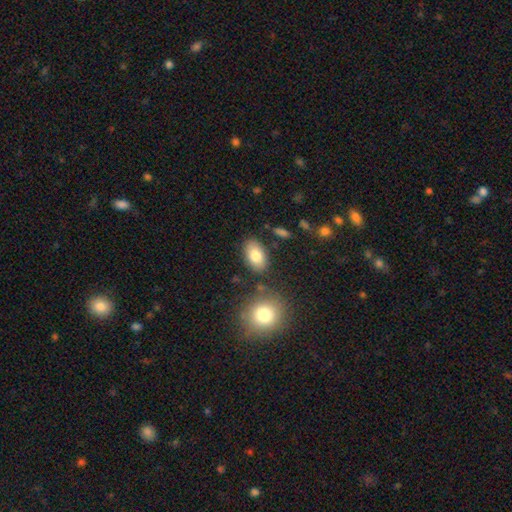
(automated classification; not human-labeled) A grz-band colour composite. It shows a smooth galaxy with no disk features (80%) that is in between round and cigar-shaped (90%). Merging: none (81%).